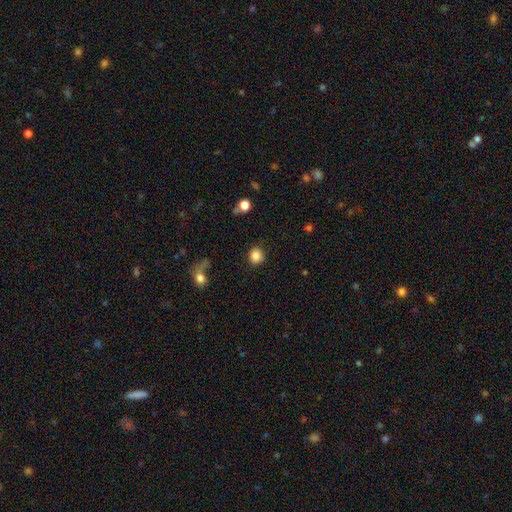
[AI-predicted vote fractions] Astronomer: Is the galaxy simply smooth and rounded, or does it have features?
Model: smooth — 84%.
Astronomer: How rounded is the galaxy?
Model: round — 85%.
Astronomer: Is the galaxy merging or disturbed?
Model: none — 86%.